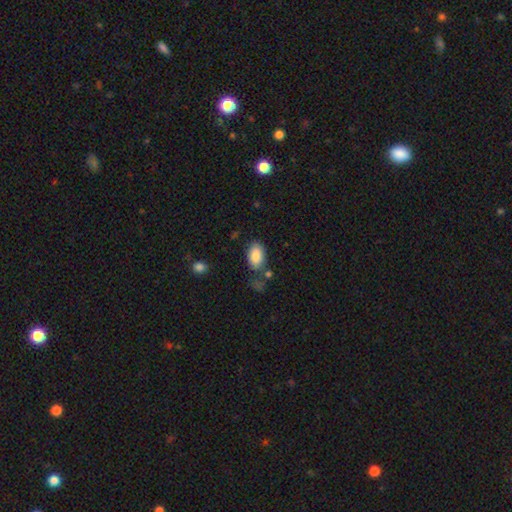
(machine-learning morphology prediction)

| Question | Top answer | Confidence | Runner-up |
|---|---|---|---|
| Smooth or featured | smooth | 86% | featured or disk (7%) |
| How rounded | in between | 93% | round (6%) |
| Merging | none | 72% | minor disturbance (16%) |